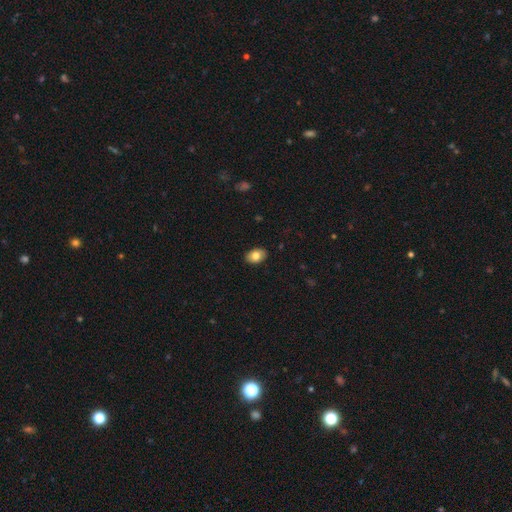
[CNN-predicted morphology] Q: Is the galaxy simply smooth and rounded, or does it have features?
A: smooth — 80%.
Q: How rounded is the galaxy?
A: in between — 86%.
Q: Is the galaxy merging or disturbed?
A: none — 88%.